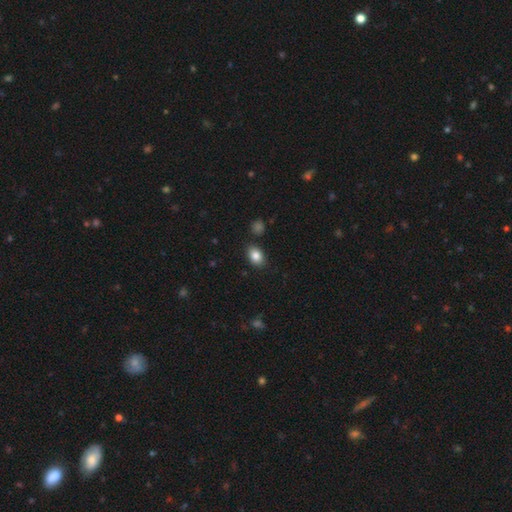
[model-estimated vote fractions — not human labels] This is clearly a smooth galaxy (85%). How rounded: clearly in between (80%). Merging: clearly none (85%).